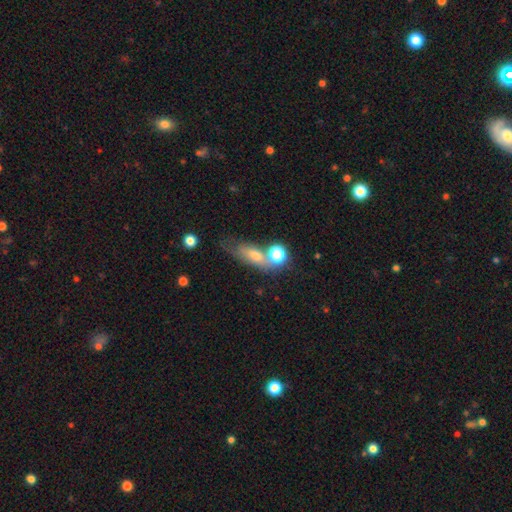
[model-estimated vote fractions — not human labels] Smooth or featured? Predicted: smooth (p=0.60). How rounded? Predicted: in between (p=0.61). Merging? Predicted: none (p=0.41).